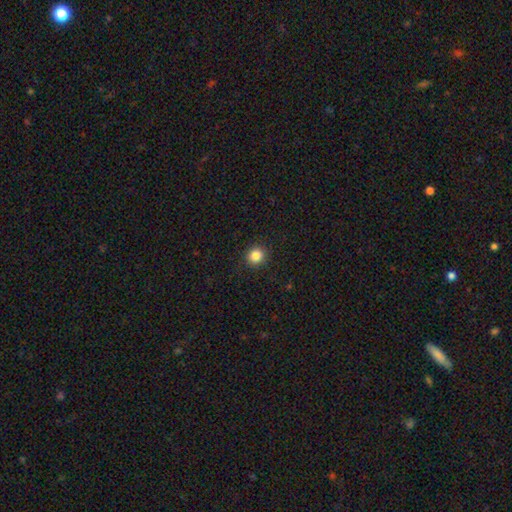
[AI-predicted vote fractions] smooth-or-featured: smooth: 84% | star or artifact: 12% | featured or disk: 4%
  how-rounded: round: 88% | in between: 12% | cigar-shaped: 1%
  merging: none: 92% | minor disturbance: 5% | major disturbance: 2% | merger: 1%